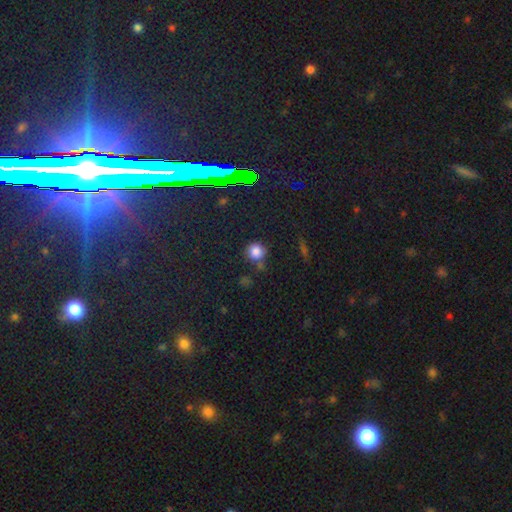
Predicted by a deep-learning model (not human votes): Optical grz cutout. It shows a star or artifact, not a galaxy (49%).